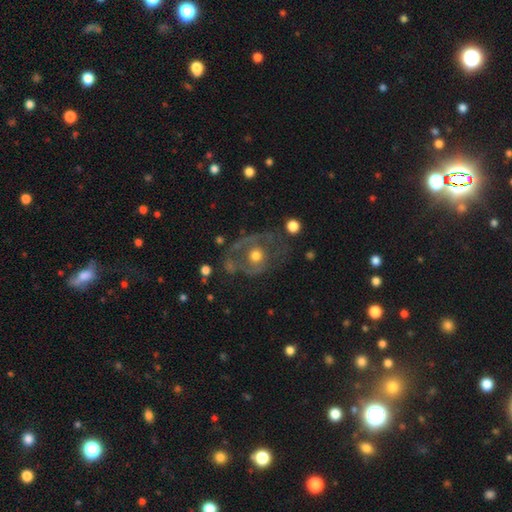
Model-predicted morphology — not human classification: featured or disk 54%, smooth 37%, star or artifact 9%. Down the decision tree: edge-on disk — no (95%); bar — no (88%); spiral arms — no (71%); bulge size — moderate (70%); merging — none (46%).